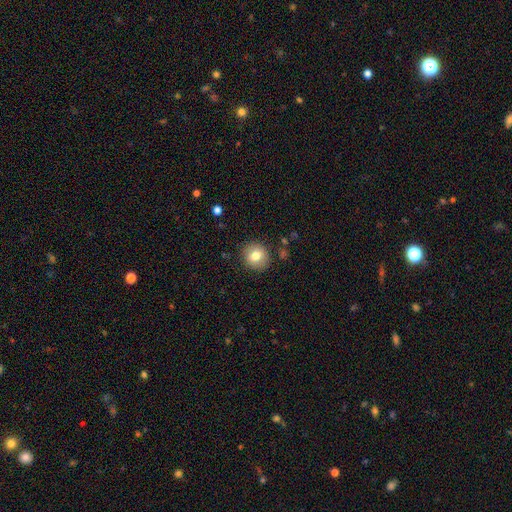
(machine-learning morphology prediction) This is likely a smooth galaxy (78%). How rounded: clearly round (87%). Merging: clearly none (87%).